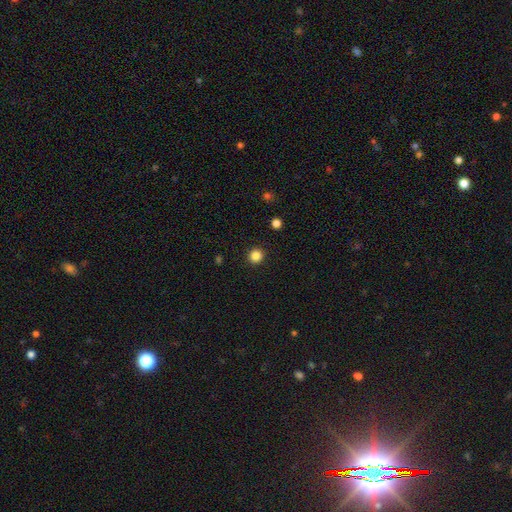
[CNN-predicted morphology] Overall: smooth (85%). How rounded: round (94%). Merging: none (93%).